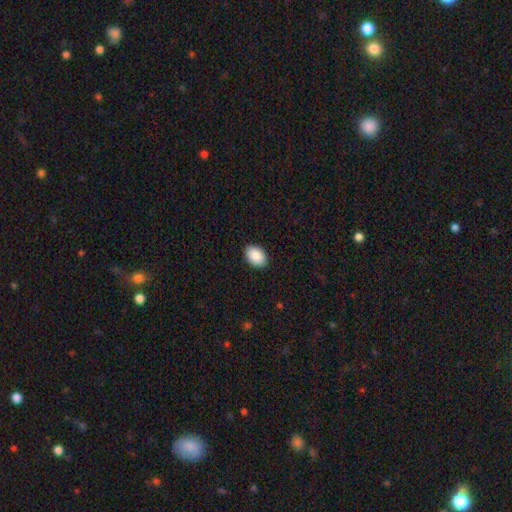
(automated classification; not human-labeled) Smooth or featured? Predicted: smooth (p=0.90). How rounded? Predicted: in between (p=0.87). Merging? Predicted: none (p=0.90).